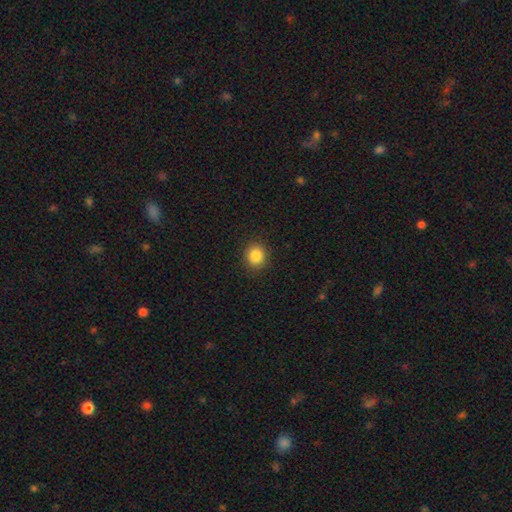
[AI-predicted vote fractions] Morphology: type=smooth (86%); roundness=round (81%); merging=none (90%).